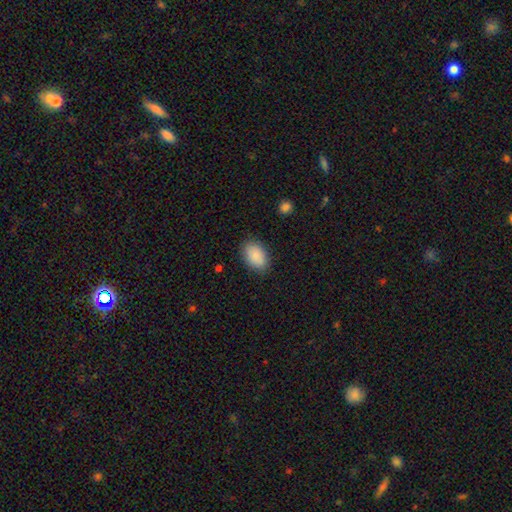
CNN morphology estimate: type=smooth (89%); roundness=in between (89%); merging=none (85%).